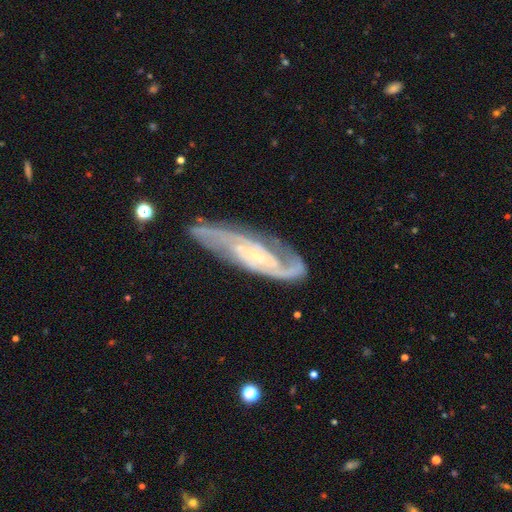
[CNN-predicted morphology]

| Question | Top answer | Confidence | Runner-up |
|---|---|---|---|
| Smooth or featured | featured or disk | 88% | smooth (7%) |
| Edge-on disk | no | 89% | yes (11%) |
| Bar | no | 49% | weak (34%) |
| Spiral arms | yes | 97% | no (3%) |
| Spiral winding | medium | 48% | tight (38%) |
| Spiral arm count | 2 | 83% | can't tell (7%) |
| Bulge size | small | 63% | none (19%) |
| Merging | none | 71% | minor disturbance (18%) |